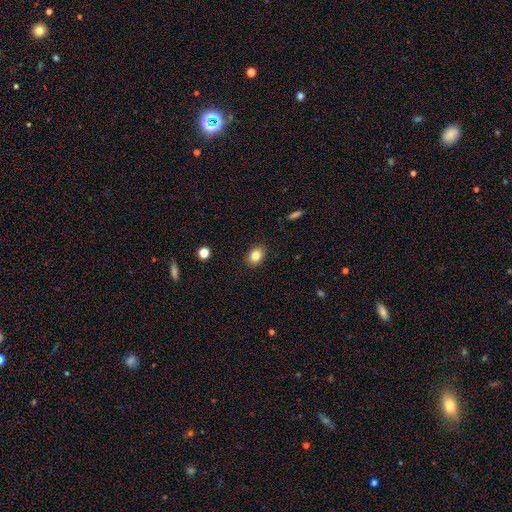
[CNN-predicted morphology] A smooth galaxy with no disk features (83%) that is in between round and cigar-shaped (69%).

Vote fractions:
- Smooth or featured? smooth: 83% / star or artifact: 10% / featured or disk: 7%
- How rounded? in between: 69% / round: 30% / cigar-shaped: 1%
- Merging? none: 88% / minor disturbance: 9% / major disturbance: 2% / merger: 1%